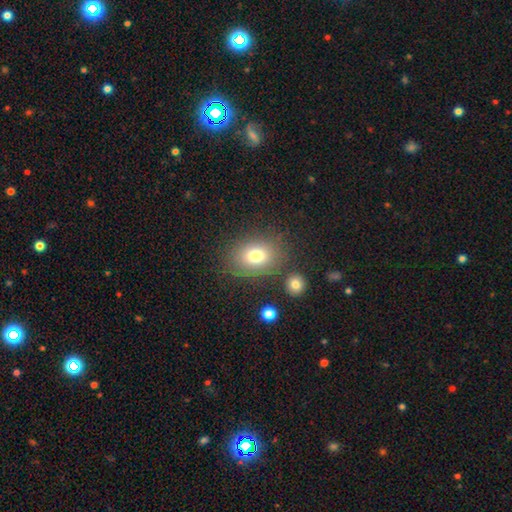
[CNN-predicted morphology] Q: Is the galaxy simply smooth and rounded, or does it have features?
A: smooth — 76%.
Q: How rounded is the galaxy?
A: in between — 60%.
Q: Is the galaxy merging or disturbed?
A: none — 77%.